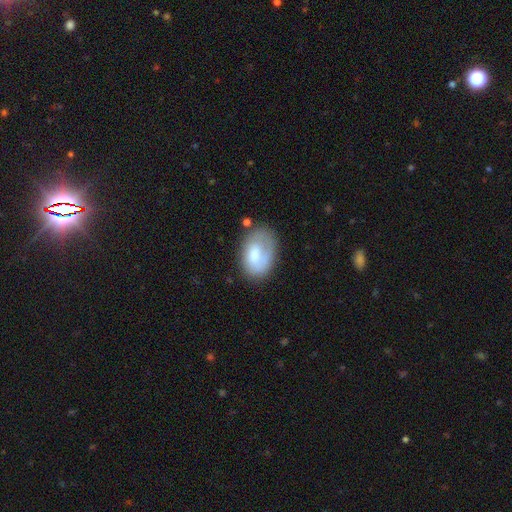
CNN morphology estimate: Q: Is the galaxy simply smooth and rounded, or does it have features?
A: smooth — 67%.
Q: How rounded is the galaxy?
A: in between — 88%.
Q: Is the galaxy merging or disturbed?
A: none — 55%.